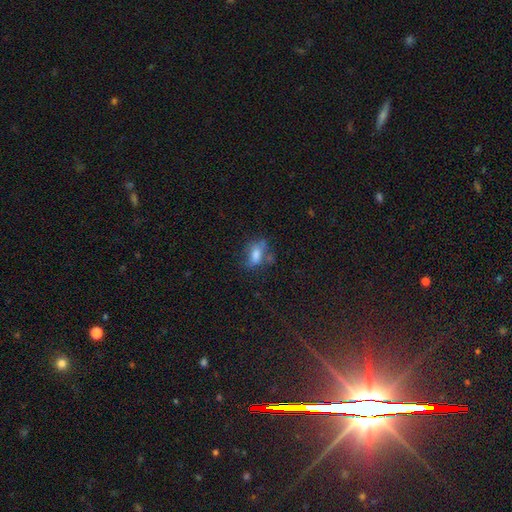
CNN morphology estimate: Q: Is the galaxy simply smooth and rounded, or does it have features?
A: smooth — 67%.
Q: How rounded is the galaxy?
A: in between — 81%.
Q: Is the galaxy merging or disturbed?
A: none — 47%.